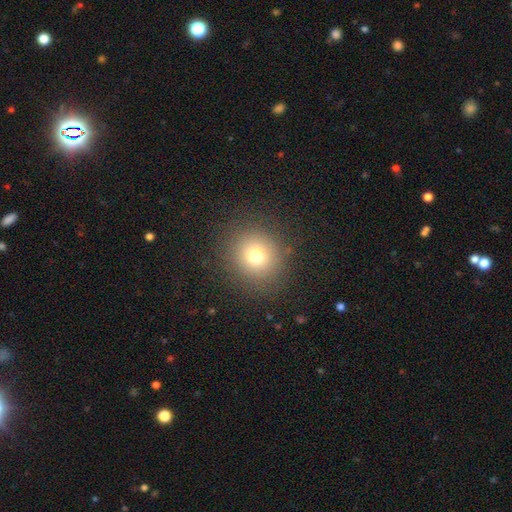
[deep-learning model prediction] Smooth or featured: smooth — 74% (star or artifact — 16%)
How rounded: round — 87% (in between — 12%)
Merging: none — 87% (minor disturbance — 8%)